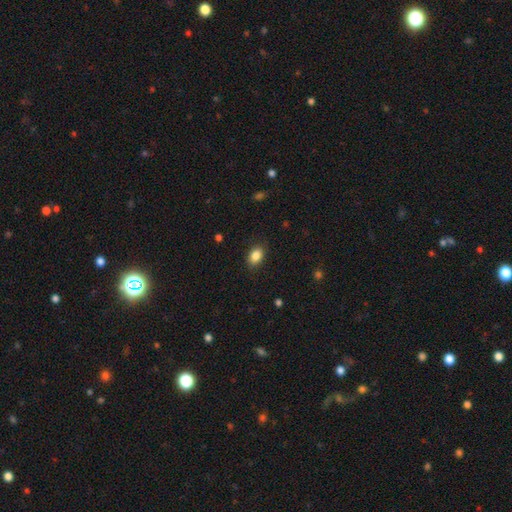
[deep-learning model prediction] Smooth or featured? Predicted: smooth (p=0.87). How rounded? Predicted: in between (p=0.83). Merging? Predicted: none (p=0.86).